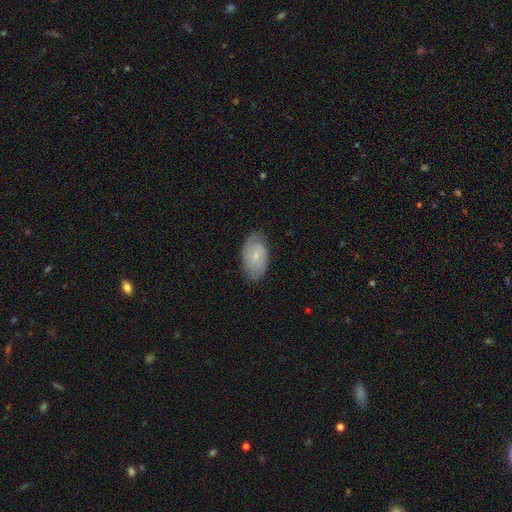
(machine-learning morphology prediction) Smooth or featured? smooth (52%)
How rounded? in between (92%)
Merging? none (77%)